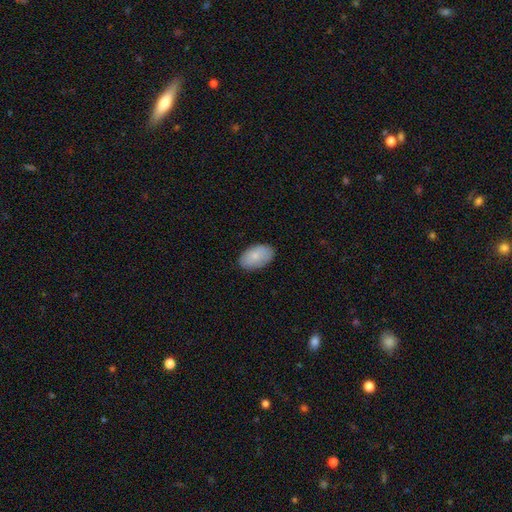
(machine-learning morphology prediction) Smooth or featured: smooth — 80% (featured or disk — 14%)
How rounded: in between — 94% (round — 5%)
Merging: none — 84% (minor disturbance — 12%)